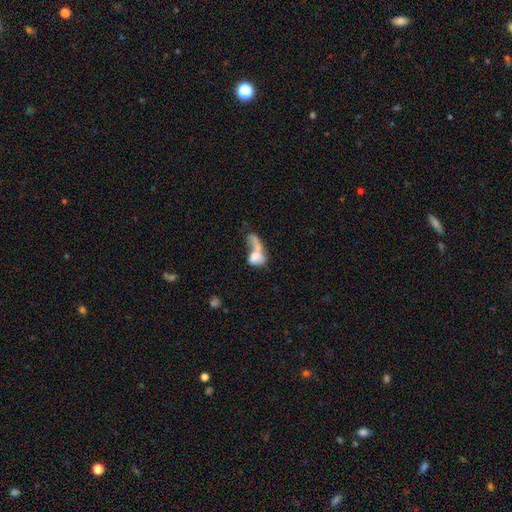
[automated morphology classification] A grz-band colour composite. It shows a smooth galaxy with no disk features (61%) that is in between round and cigar-shaped (75%). Merging: merger (58%).